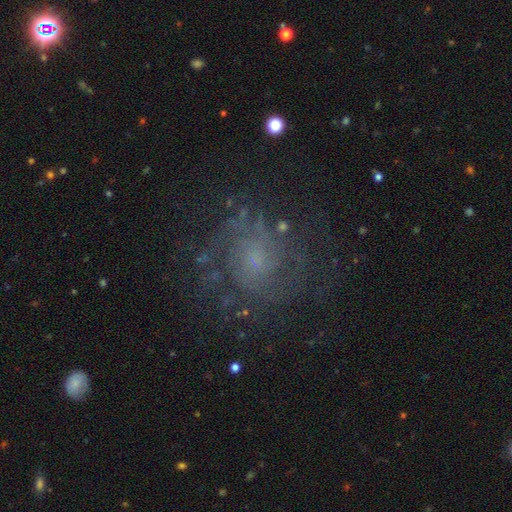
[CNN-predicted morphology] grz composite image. It shows a featured or disk galaxy (64%) with no bar (74%), tight (50%) spiral arms (86%) and a small central bulge (50%). Merging: none (73%).